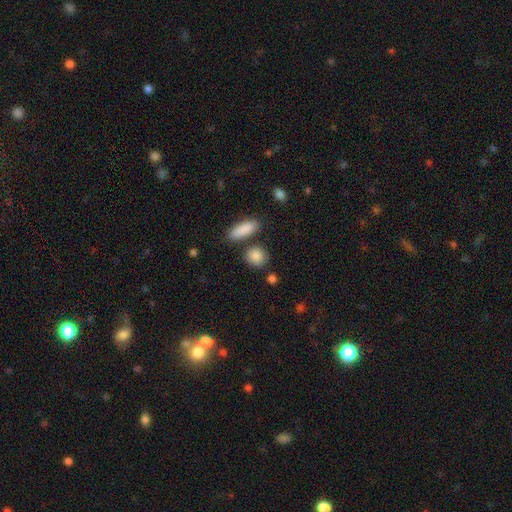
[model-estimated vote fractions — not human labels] This appears to be a smooth galaxy with no disk features (88%) that is round (66%). Merging: none (79%).